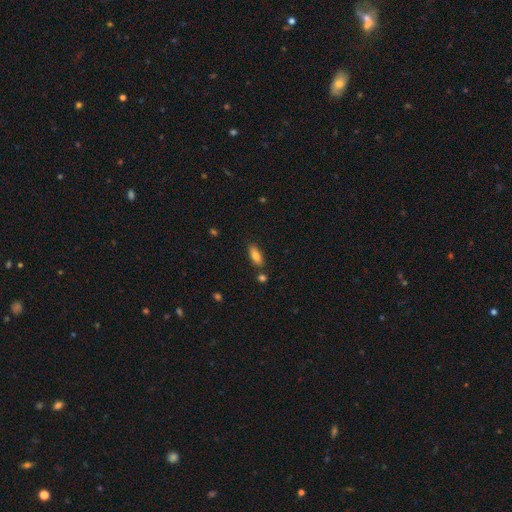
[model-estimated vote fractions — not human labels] This is clearly a smooth galaxy (81%). How rounded: likely in between (77%). Merging: likely none (80%).